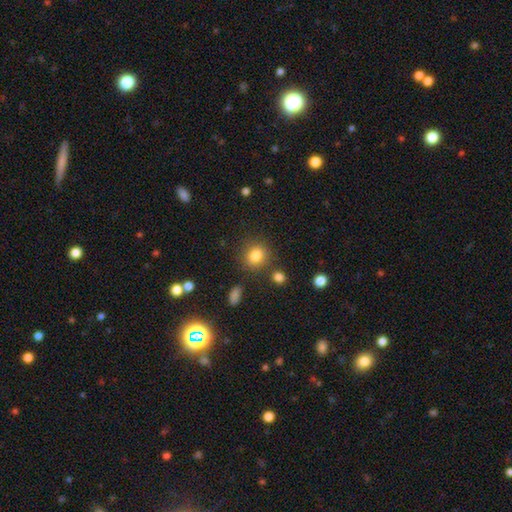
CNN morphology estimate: Smooth or featured? smooth (82%)
How rounded? round (82%)
Merging? none (82%)